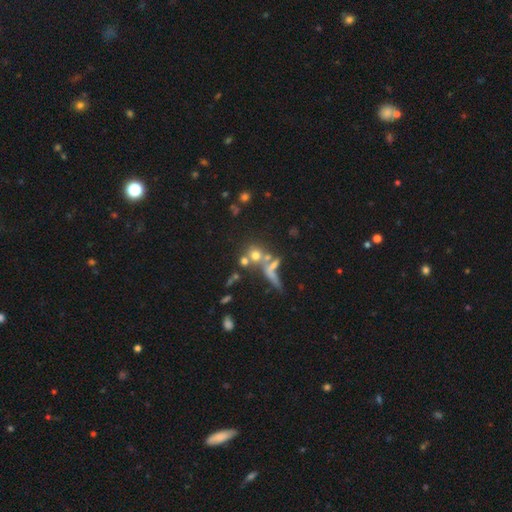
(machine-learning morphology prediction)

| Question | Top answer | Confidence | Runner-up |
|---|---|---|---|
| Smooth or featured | smooth | 60% | featured or disk (21%) |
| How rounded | round | 78% | in between (14%) |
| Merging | none | 46% | merger (36%) |